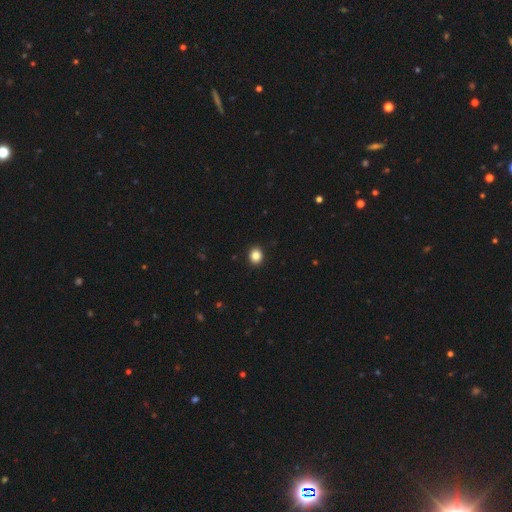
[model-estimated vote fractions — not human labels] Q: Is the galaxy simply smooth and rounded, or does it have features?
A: smooth — 85%.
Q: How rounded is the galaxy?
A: round — 69%.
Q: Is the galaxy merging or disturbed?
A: none — 92%.